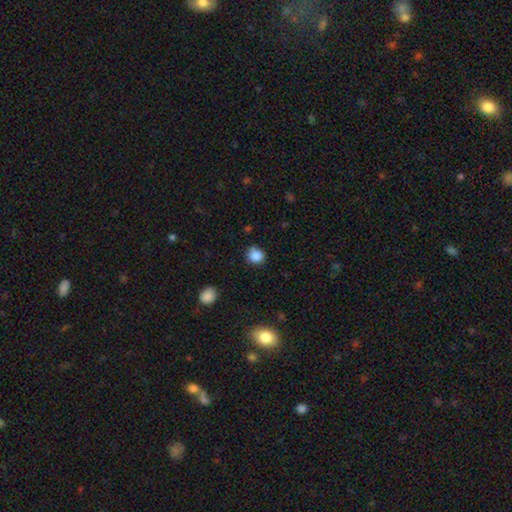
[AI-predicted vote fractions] smooth 85%, star or artifact 11%, featured or disk 4%. Down the decision tree: how rounded — round (83%); merging — none (74%).